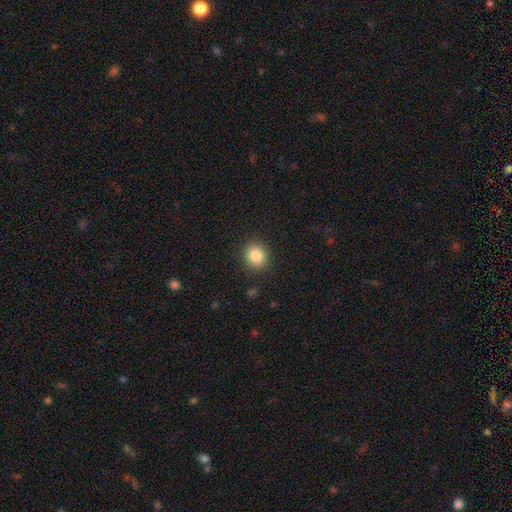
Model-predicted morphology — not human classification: type=smooth (84%); roundness=round (77%); merging=none (90%).